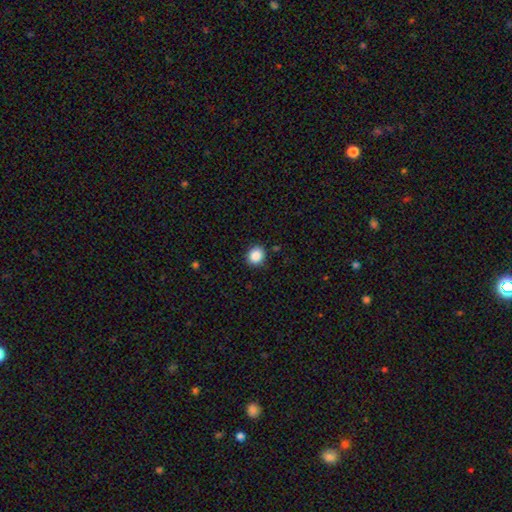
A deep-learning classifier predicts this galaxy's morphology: type=smooth (88%); roundness=round (79%); merging=none (89%).